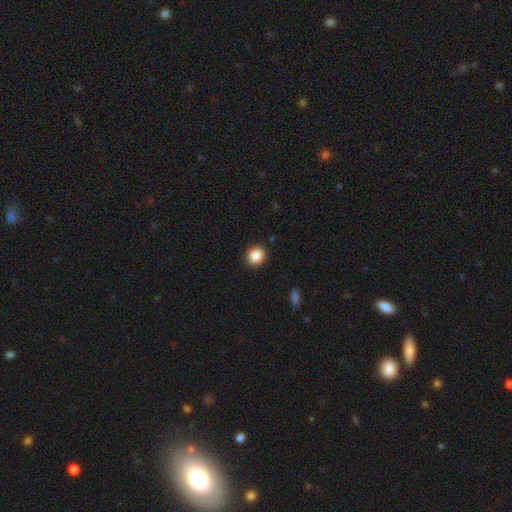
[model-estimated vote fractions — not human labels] smooth-or-featured: smooth: 87% | star or artifact: 9% | featured or disk: 3%
  how-rounded: round: 86% | in between: 14% | cigar-shaped: 1%
  merging: none: 91% | minor disturbance: 6% | major disturbance: 2% | merger: 1%